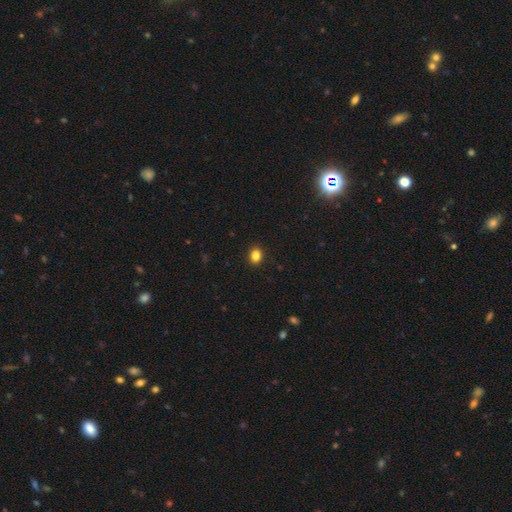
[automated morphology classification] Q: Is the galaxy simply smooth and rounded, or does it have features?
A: smooth — 85%.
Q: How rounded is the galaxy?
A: round — 52%.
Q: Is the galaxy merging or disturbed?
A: none — 90%.